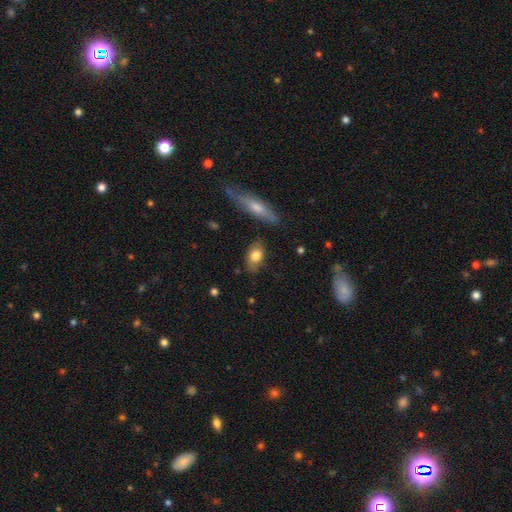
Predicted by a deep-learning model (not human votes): smooth-or-featured: smooth: 74% | featured or disk: 20% | star or artifact: 7%
  how-rounded: in between: 84% | round: 10% | cigar-shaped: 6%
  merging: none: 73% | minor disturbance: 19% | major disturbance: 5% | merger: 3%